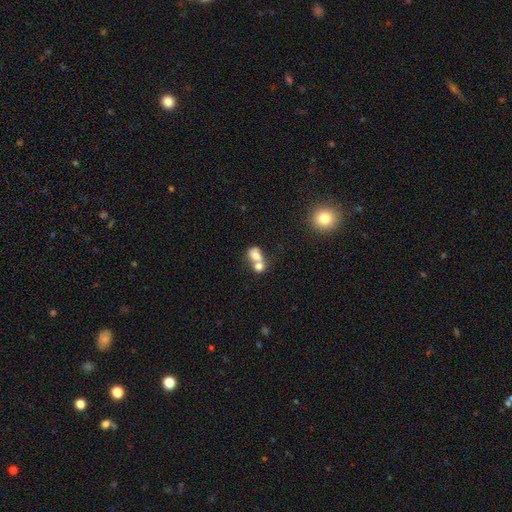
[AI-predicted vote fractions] The model was most divided on "how rounded": in between: 58%, round: 40%, cigar-shaped: 2%. More confident: merging — merger (70%); smooth or featured — smooth (68%).